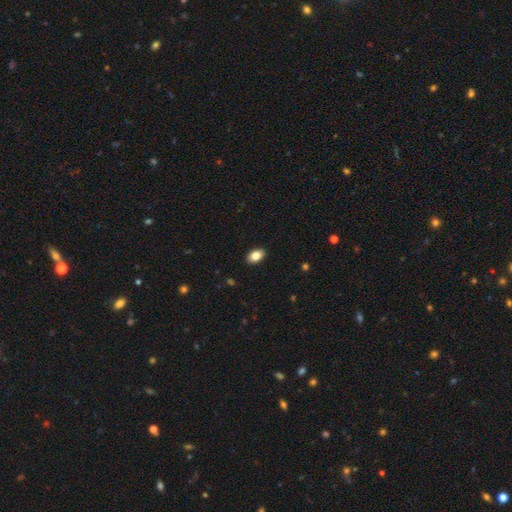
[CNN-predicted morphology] type=smooth (85%); roundness=in between (89%); merging=none (90%).